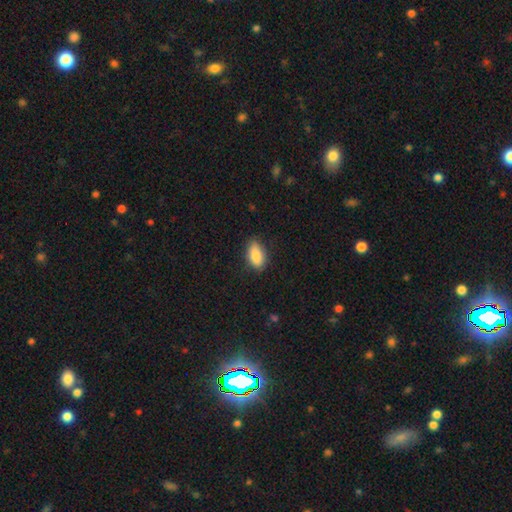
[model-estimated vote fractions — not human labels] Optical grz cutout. It shows a smooth galaxy with no disk features (85%) that is in between round and cigar-shaped (90%). Merging: none (81%).